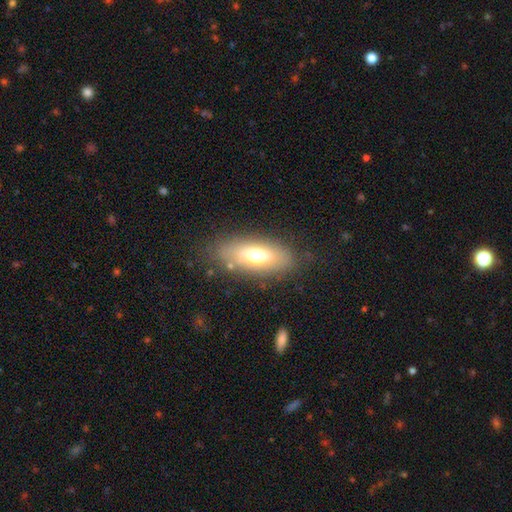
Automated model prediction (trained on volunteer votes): Smooth or featured? smooth (66%)
How rounded? in between (80%)
Merging? none (79%)